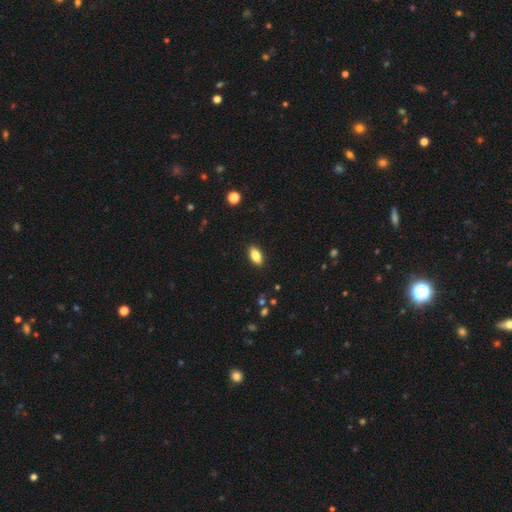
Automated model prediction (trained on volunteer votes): This appears to be a smooth galaxy with no disk features (85%) that is in between round and cigar-shaped (90%). Merging: none (89%).